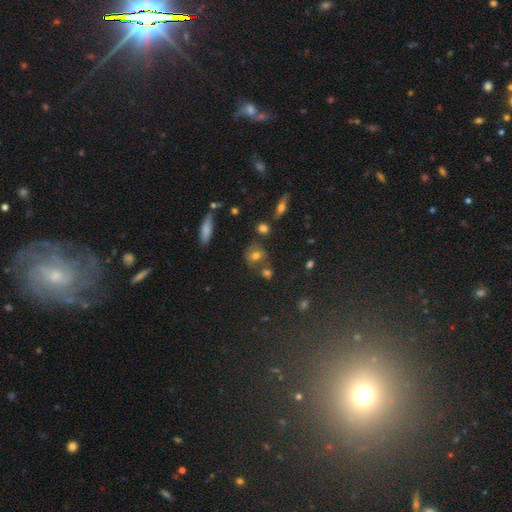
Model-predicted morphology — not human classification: This appears to be a smooth galaxy with no disk features (67%) that is round (63%). Merging: none (63%).